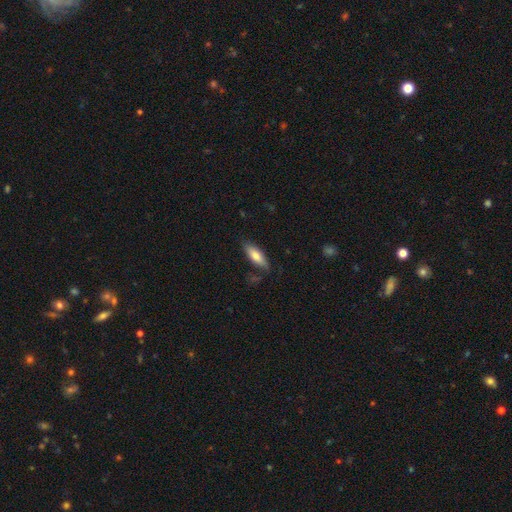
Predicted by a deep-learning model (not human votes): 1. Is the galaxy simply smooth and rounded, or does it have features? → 76% smooth, 18% featured or disk, 6% star or artifact.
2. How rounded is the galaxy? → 62% in between, 37% cigar-shaped, 2% round.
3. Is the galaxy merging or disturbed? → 75% none, 18% minor disturbance, 4% major disturbance, 3% merger.